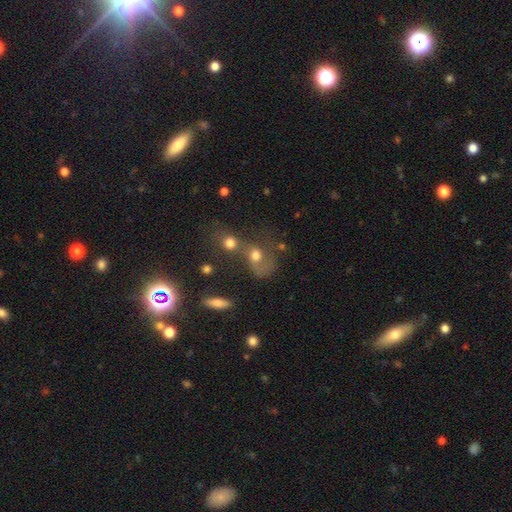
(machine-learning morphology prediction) type=smooth (61%); roundness=round (57%); merging=merger (53%).